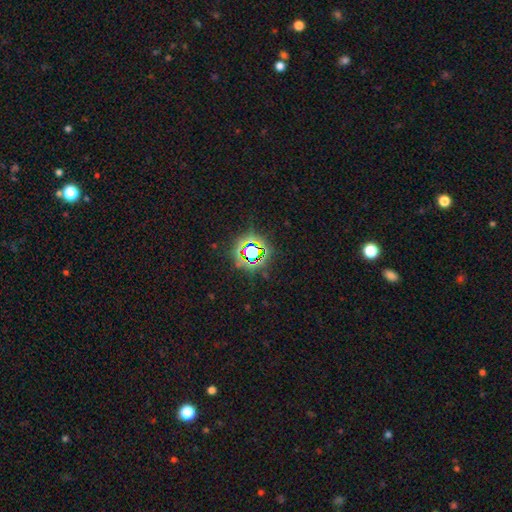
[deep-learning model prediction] A star or artifact, not a galaxy (70%).

Vote fractions:
- Smooth or featured? star or artifact: 70% / smooth: 19% / featured or disk: 11%